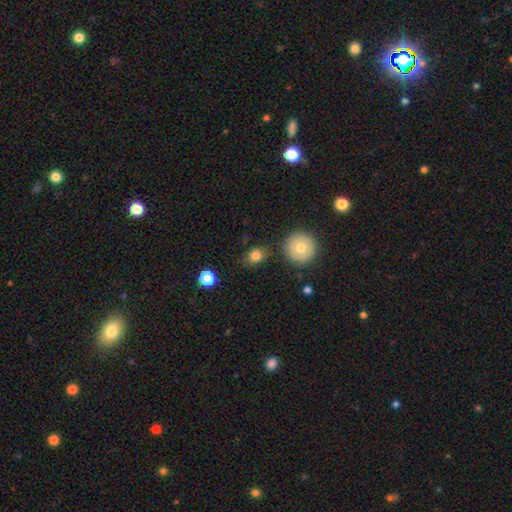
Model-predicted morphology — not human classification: smooth-or-featured: smooth: 81% | star or artifact: 10% | featured or disk: 9%
  how-rounded: round: 60% | in between: 38% | cigar-shaped: 1%
  merging: none: 79% | minor disturbance: 13% | merger: 4% | major disturbance: 4%